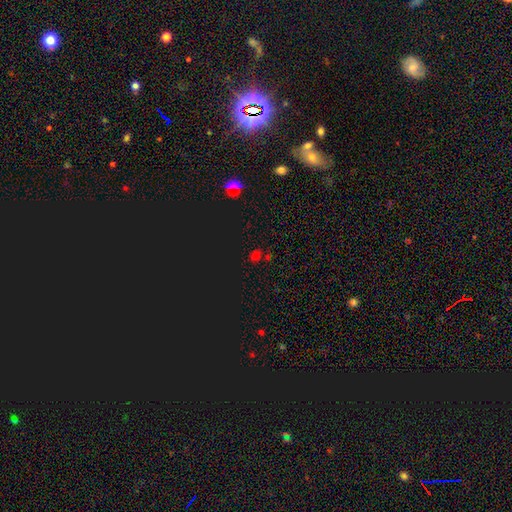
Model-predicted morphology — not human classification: Smooth or featured? star or artifact (51%)